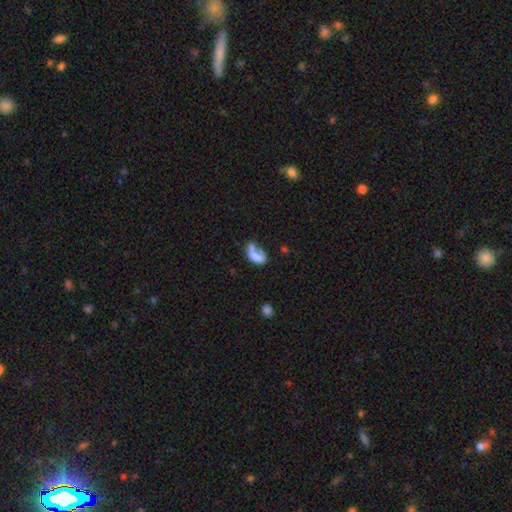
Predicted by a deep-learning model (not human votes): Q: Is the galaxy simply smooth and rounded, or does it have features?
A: smooth — 67%.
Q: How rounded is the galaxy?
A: in between — 87%.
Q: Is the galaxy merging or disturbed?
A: merger — 35%.